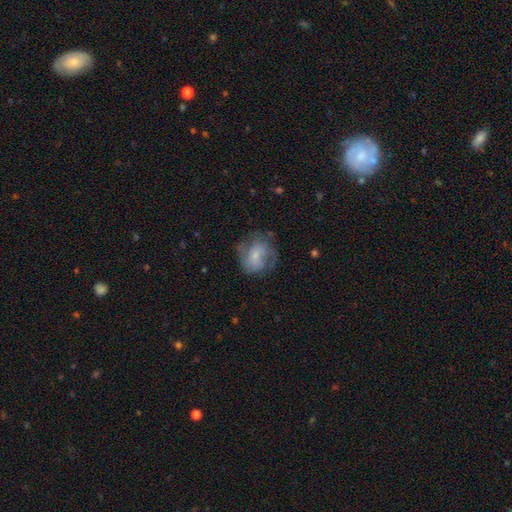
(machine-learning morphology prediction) This appears to be a featured or disk galaxy (48%). Merging: none (56%).